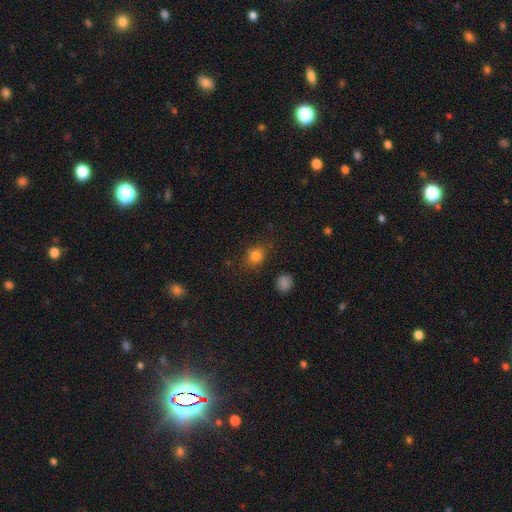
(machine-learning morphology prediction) The model was most divided on "how rounded": round: 61%, in between: 38%, cigar-shaped: 2%. More confident: smooth or featured — smooth (80%); merging — none (78%).